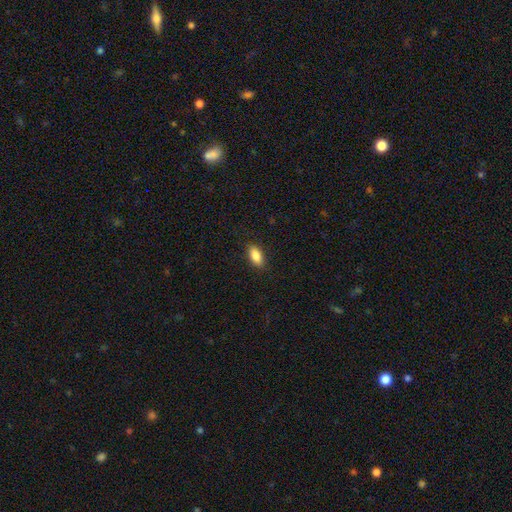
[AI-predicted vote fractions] Smooth or featured? smooth (86%)
How rounded? in between (86%)
Merging? none (88%)